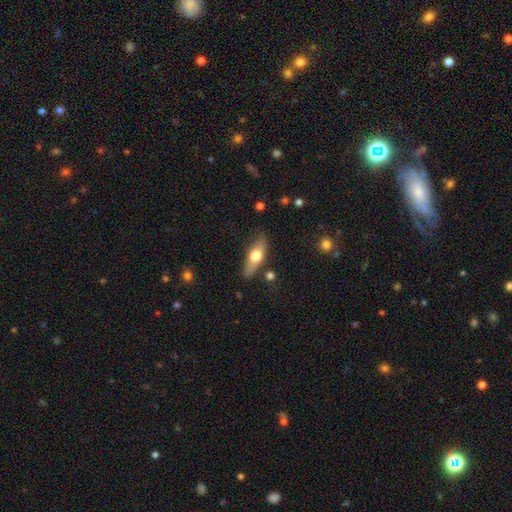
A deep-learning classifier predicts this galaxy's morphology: Smooth or featured? smooth (55%)
How rounded? in between (56%)
Merging? none (80%)